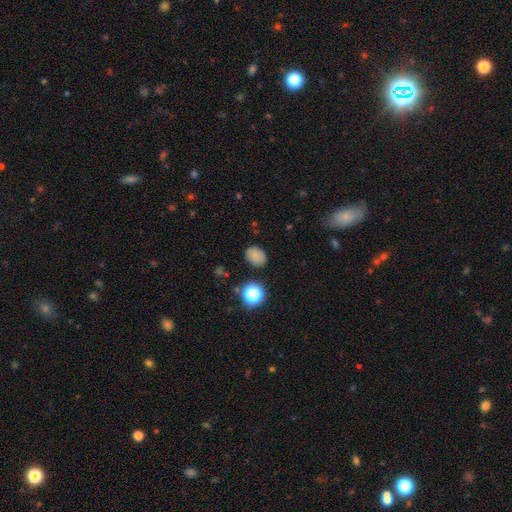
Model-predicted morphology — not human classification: This appears to be a smooth galaxy with no disk features (78%) that is in between round and cigar-shaped (61%). Merging: none (81%).